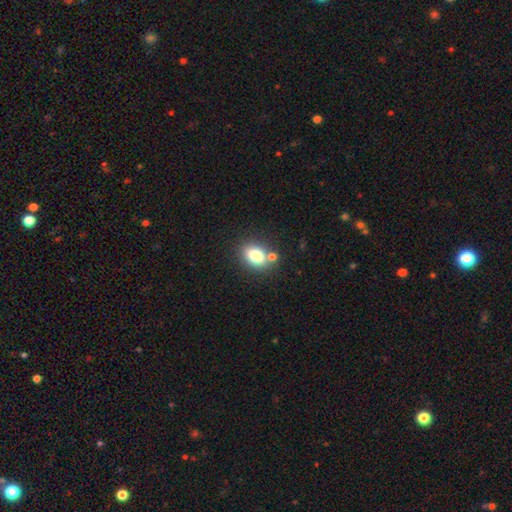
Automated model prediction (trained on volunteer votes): Overall: smooth (79%). How rounded: in between (68%; round 31%). Merging: none (70%).